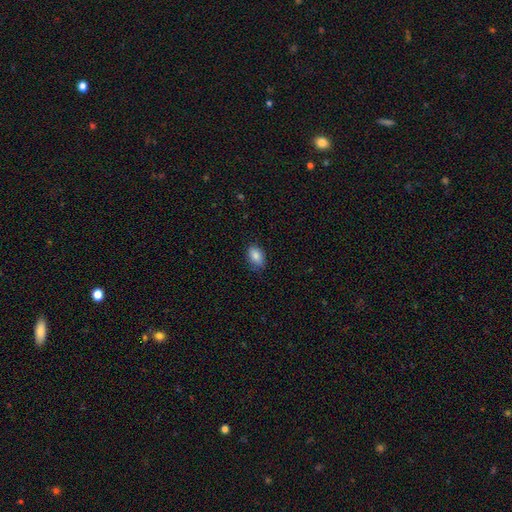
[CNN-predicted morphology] type=smooth (85%); roundness=in between (89%); merging=none (80%).